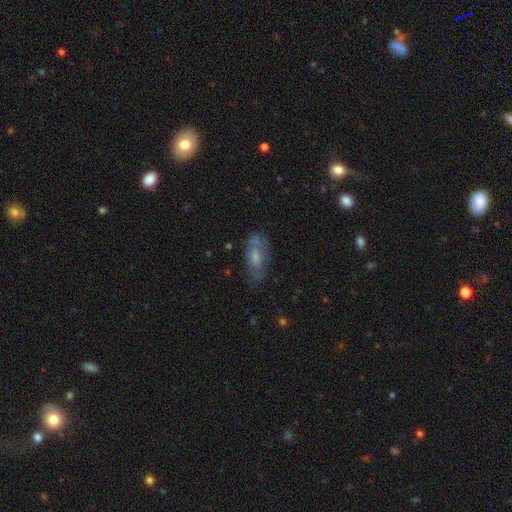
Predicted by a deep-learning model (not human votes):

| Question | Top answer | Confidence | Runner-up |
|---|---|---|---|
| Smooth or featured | smooth | 46% | featured or disk (44%) |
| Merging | none | 62% | minor disturbance (22%) |